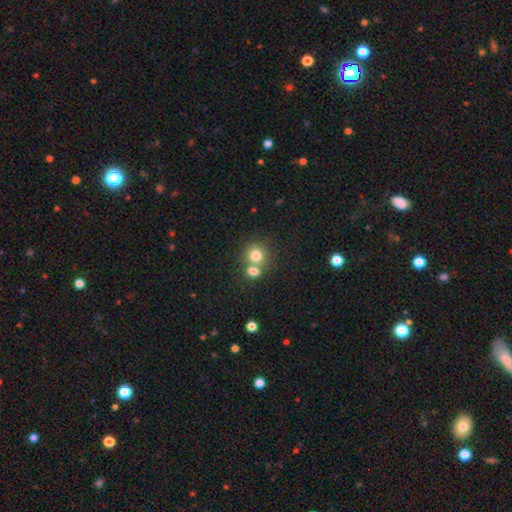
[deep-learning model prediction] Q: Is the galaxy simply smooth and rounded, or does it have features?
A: smooth — 77%.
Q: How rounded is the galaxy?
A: round — 84%.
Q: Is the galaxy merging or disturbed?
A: none — 47%.